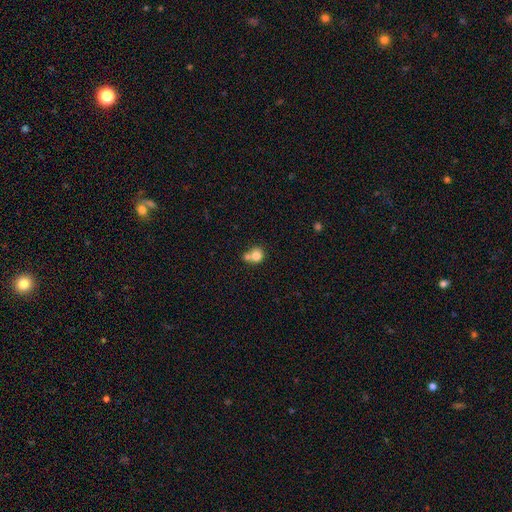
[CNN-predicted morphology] A smooth galaxy with no disk features (80%) that is round (79%).

Vote fractions:
- Smooth or featured? smooth: 80% / featured or disk: 10% / star or artifact: 10%
- How rounded? round: 79% / in between: 20% / cigar-shaped: 1%
- Merging? merger: 49% / none: 39% / minor disturbance: 8% / major disturbance: 4%